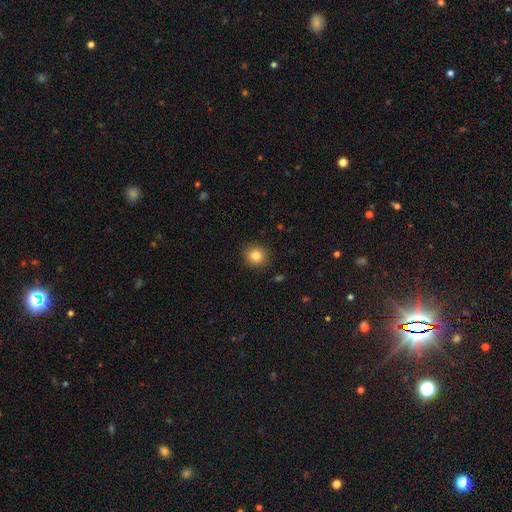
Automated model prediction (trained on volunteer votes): A smooth galaxy with no disk features (84%) that is round (90%). Merging: none (90%).